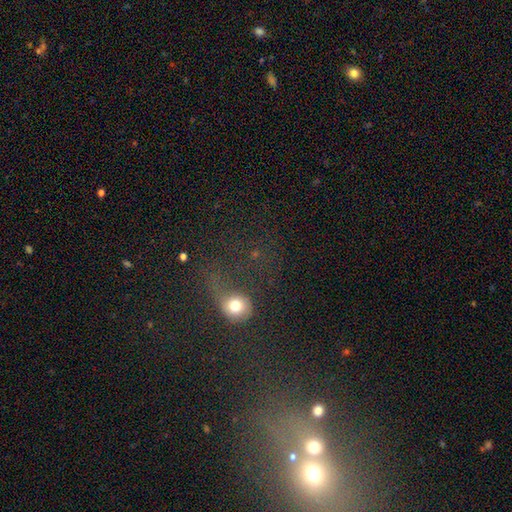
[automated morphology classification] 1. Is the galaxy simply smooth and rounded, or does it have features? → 40% star or artifact, 38% smooth, 22% featured or disk.